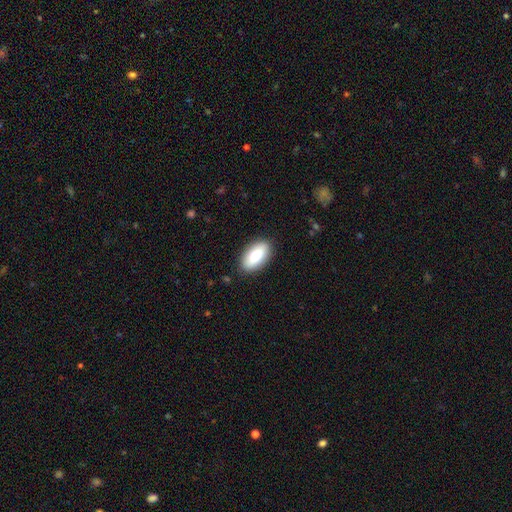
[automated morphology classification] type=smooth (84%); roundness=in between (92%); merging=none (88%).